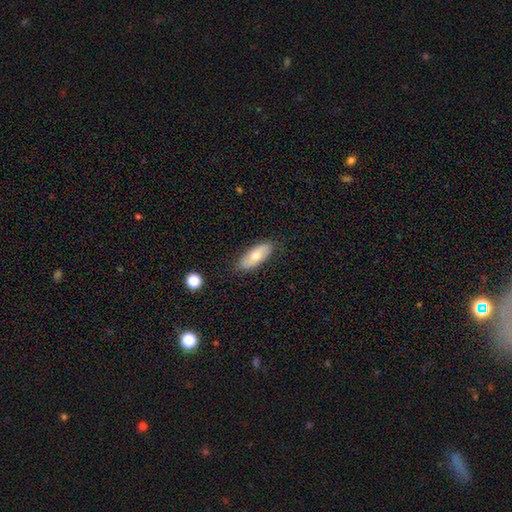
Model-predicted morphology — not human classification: type=smooth (66%); roundness=in between (78%); merging=none (83%).